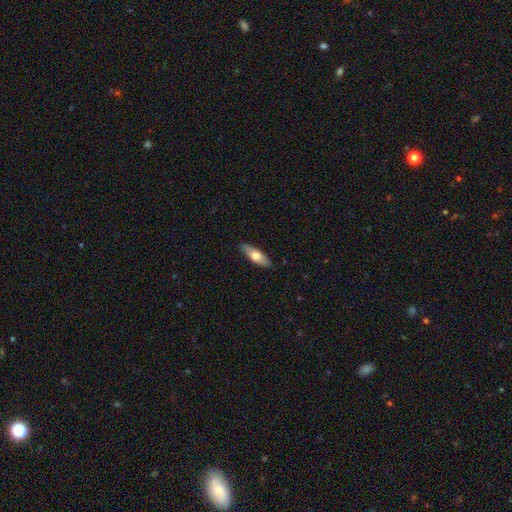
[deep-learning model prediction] smooth 64%, featured or disk 30%, star or artifact 6%. Down the decision tree: how rounded — in between (55%); merging — none (88%).